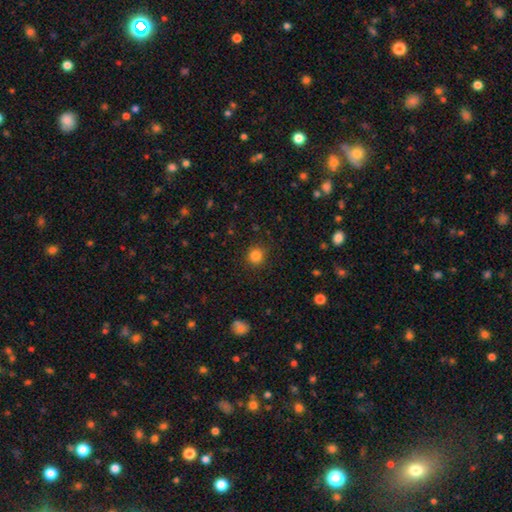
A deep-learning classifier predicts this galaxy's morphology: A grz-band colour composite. It shows a smooth galaxy with no disk features (83%) that is round (92%). Merging: none (88%).